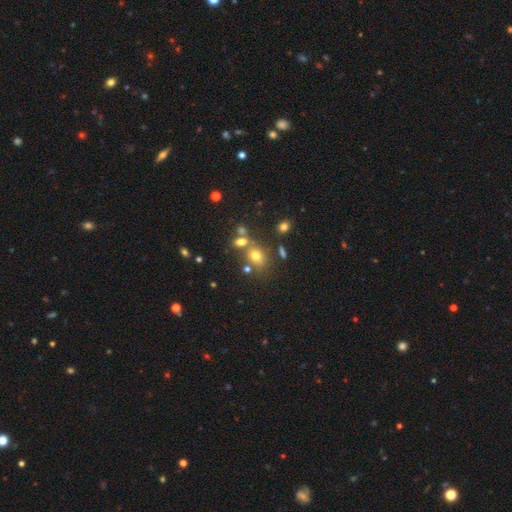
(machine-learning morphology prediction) Smooth or featured: smooth — 67% (star or artifact — 18%)
How rounded: in between — 53% (round — 45%)
Merging: none — 58% (merger — 23%)